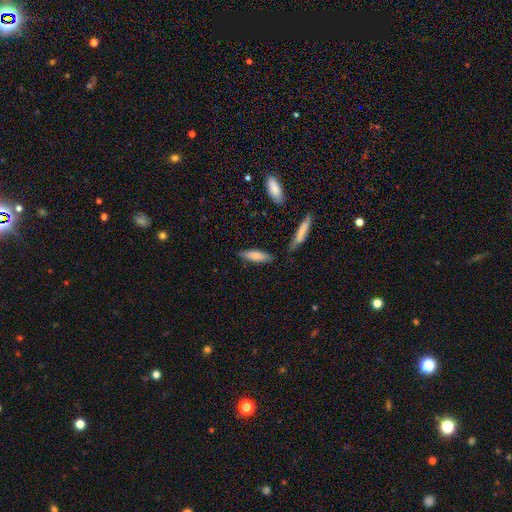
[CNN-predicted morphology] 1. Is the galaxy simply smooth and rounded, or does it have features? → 74% smooth, 20% featured or disk, 6% star or artifact.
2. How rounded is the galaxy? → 66% cigar-shaped, 32% in between, 2% round.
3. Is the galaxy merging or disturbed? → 79% none, 13% minor disturbance, 4% merger, 3% major disturbance.